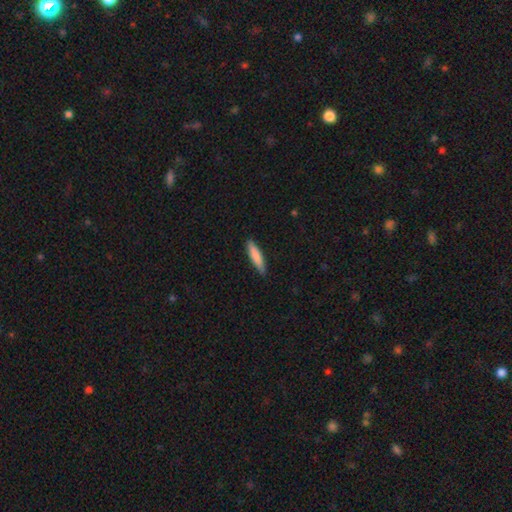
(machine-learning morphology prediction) type=smooth (82%); roundness=cigar-shaped (81%); merging=none (87%).